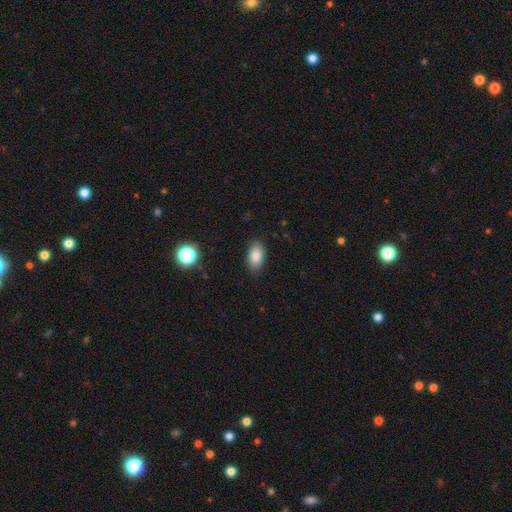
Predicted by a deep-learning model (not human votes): A smooth galaxy with no disk features (85%) that is in between round and cigar-shaped (92%). Merging: none (87%).